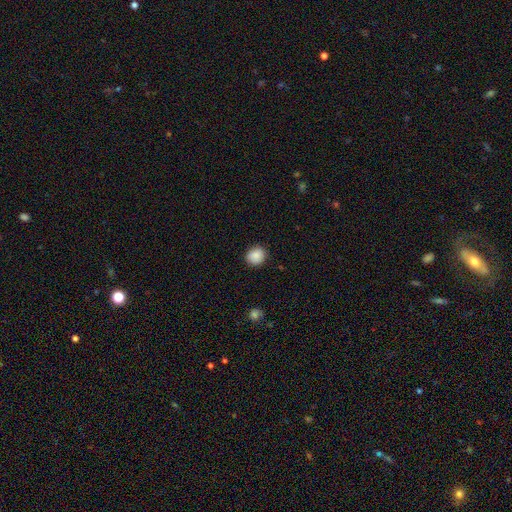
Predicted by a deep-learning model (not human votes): smooth-or-featured: smooth: 88% | star or artifact: 8% | featured or disk: 3%
  how-rounded: round: 72% | in between: 27% | cigar-shaped: 1%
  merging: none: 89% | minor disturbance: 8% | major disturbance: 2% | merger: 1%